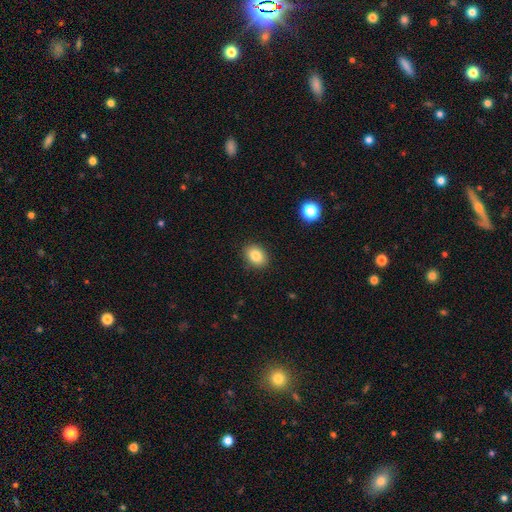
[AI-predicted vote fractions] A smooth galaxy with no disk features (84%) that is in between round and cigar-shaped (66%).

Vote fractions:
- Smooth or featured? smooth: 84% / star or artifact: 9% / featured or disk: 6%
- How rounded? in between: 66% / round: 33% / cigar-shaped: 1%
- Merging? none: 89% / minor disturbance: 8% / major disturbance: 2% / merger: 1%